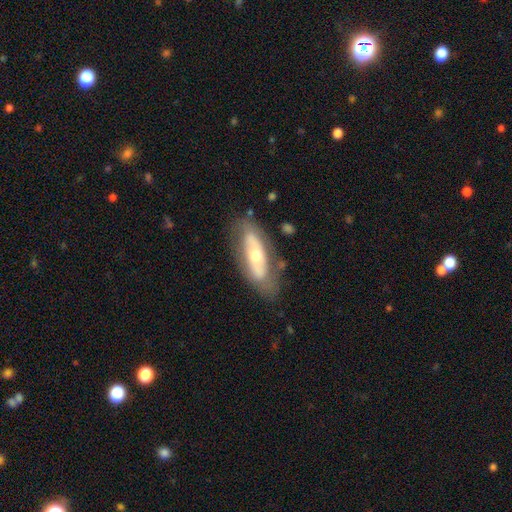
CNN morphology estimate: This appears to be a featured or disk galaxy (56%). Merging: none (71%).